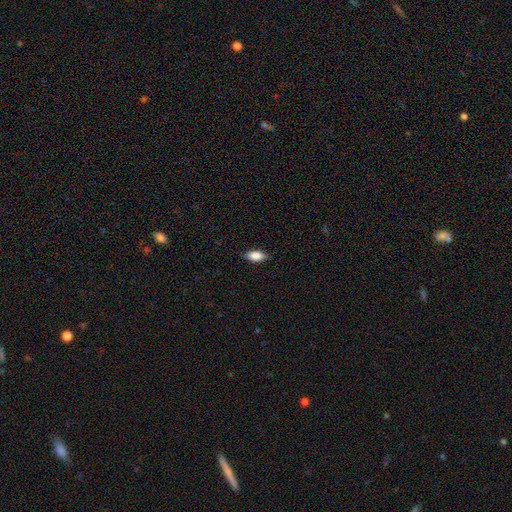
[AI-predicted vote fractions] Smooth or featured? smooth (85%)
How rounded? in between (87%)
Merging? none (85%)